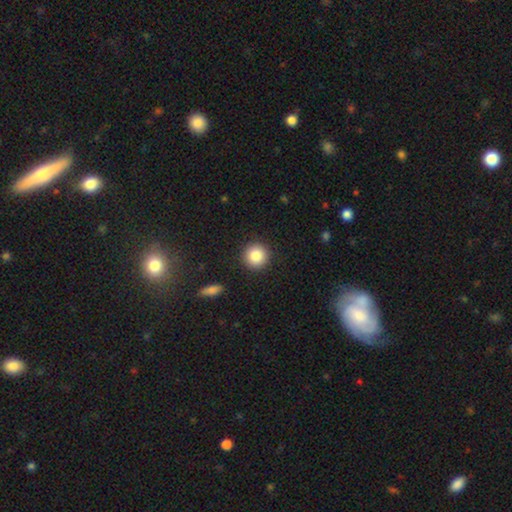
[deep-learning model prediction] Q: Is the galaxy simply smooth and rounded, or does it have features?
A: smooth — 86%.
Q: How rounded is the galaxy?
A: round — 94%.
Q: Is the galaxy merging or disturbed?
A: none — 91%.